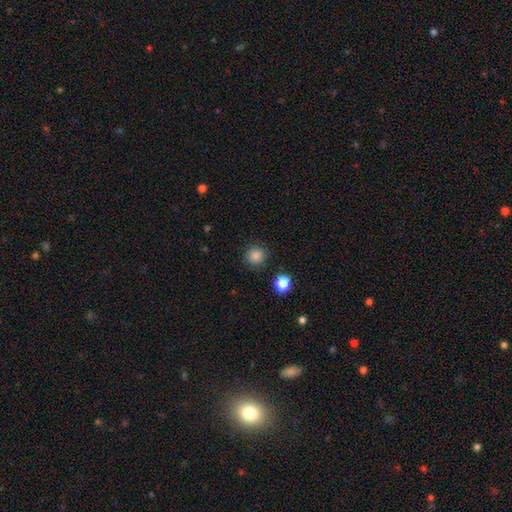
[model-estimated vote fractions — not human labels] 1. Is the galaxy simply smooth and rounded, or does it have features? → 84% smooth, 12% star or artifact, 4% featured or disk.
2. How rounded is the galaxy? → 92% round, 7% in between, 1% cigar-shaped.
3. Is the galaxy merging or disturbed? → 88% none, 8% minor disturbance, 3% major disturbance, 2% merger.